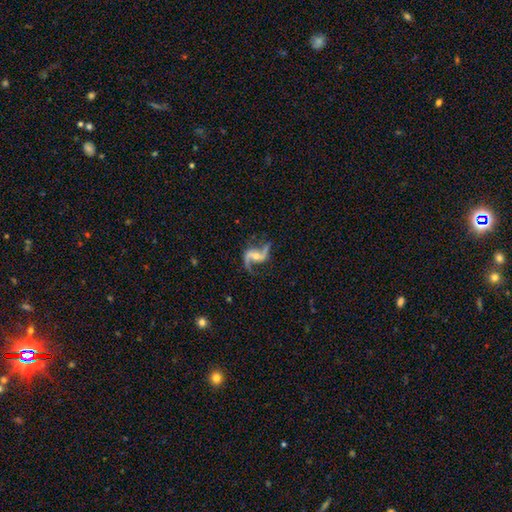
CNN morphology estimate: Smooth or featured? Predicted: featured or disk (p=0.91). Edge-on disk? Predicted: no (p=0.97). Bar? Predicted: no (p=0.40). Spiral arms? Predicted: yes (p=0.97). Spiral winding? Predicted: loose (p=0.73). Spiral arm count? Predicted: 2 (p=0.92). Bulge size? Predicted: moderate (p=0.53). Merging? Predicted: none (p=0.72).